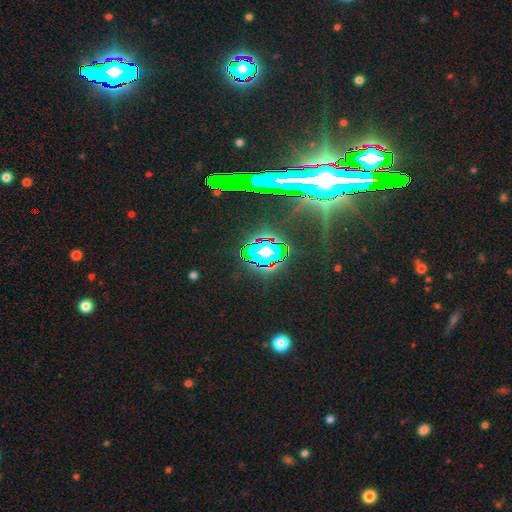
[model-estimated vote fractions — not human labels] This is clearly a star or artifact rather than a galaxy (81%).